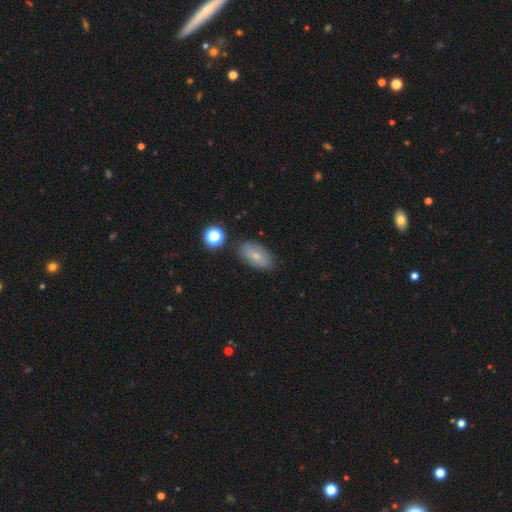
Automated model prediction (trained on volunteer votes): A smooth galaxy with no disk features (73%) that is in between round and cigar-shaped (91%). Merging: none (82%).